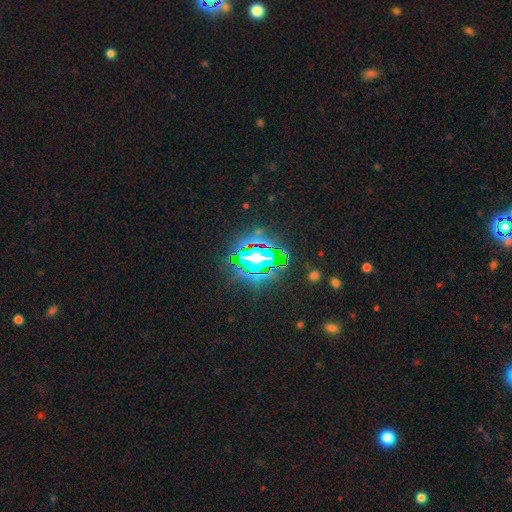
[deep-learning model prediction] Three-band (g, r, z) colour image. It shows a star or artifact, not a galaxy (80%).